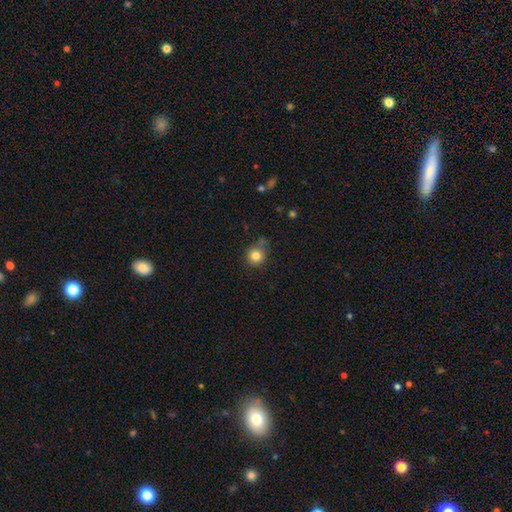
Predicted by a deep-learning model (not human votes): A smooth galaxy with no disk features (82%) that is round (87%).

Vote fractions:
- Smooth or featured? smooth: 82% / star or artifact: 11% / featured or disk: 7%
- How rounded? round: 87% / in between: 12% / cigar-shaped: 1%
- Merging? none: 67% / minor disturbance: 22% / merger: 6% / major disturbance: 5%